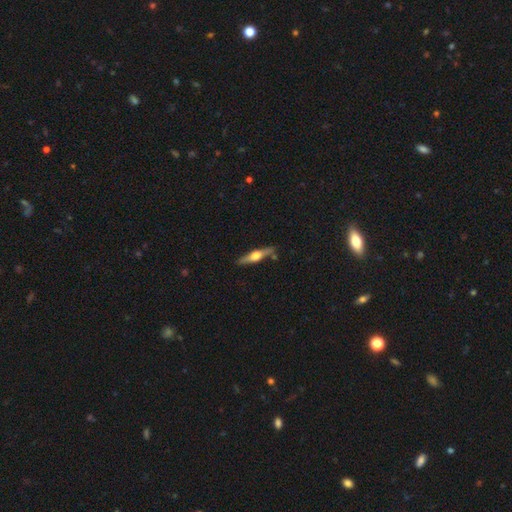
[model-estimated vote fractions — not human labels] A featured or disk galaxy (65%) viewed edge-on (96%) with a rounded central bulge (94%). Merging: none (82%).